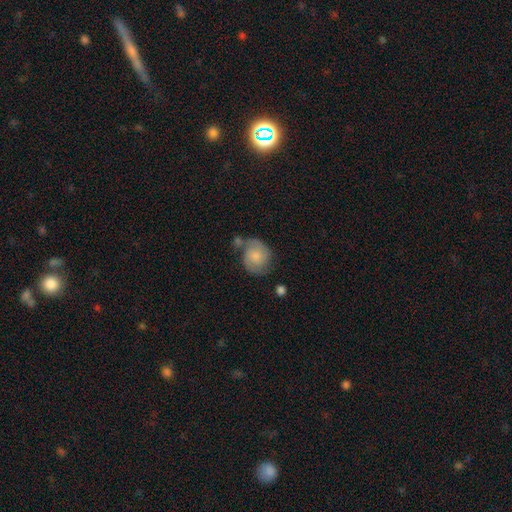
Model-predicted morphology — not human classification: smooth-or-featured: featured or disk: 50% | smooth: 42% | star or artifact: 8%
  disk-edge-on: no: 97% | yes: 3%
  merging: none: 52% | minor disturbance: 23% | merger: 16% | major disturbance: 10%